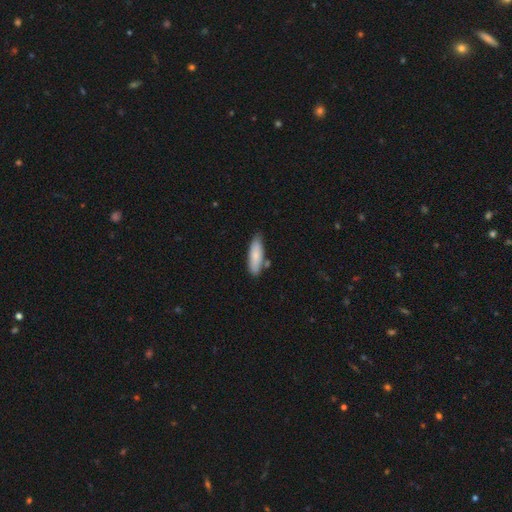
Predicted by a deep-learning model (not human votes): Smooth or featured?
  - smooth: 81% *
  - featured or disk: 13%
  - star or artifact: 6%
How rounded?
  - in between: 52% *
  - cigar-shaped: 46%
  - round: 2%
Merging?
  - none: 74% *
  - minor disturbance: 17%
  - merger: 7%
  - major disturbance: 3%